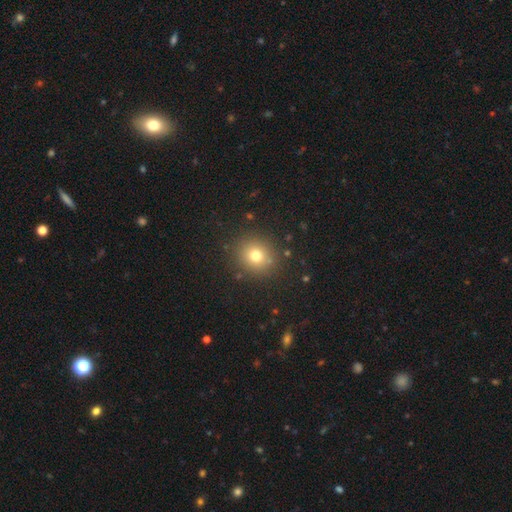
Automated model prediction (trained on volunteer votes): A smooth galaxy with no disk features (74%) that is round (86%).

Vote fractions:
- Smooth or featured? smooth: 74% / star or artifact: 16% / featured or disk: 10%
- How rounded? round: 86% / in between: 13% / cigar-shaped: 1%
- Merging? none: 88% / minor disturbance: 7% / major disturbance: 3% / merger: 2%